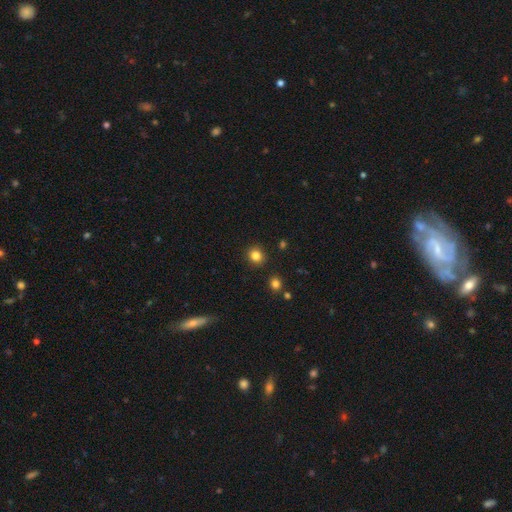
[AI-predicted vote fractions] Smooth or featured? Predicted: smooth (p=0.83). How rounded? Predicted: round (p=0.85). Merging? Predicted: none (p=0.90).